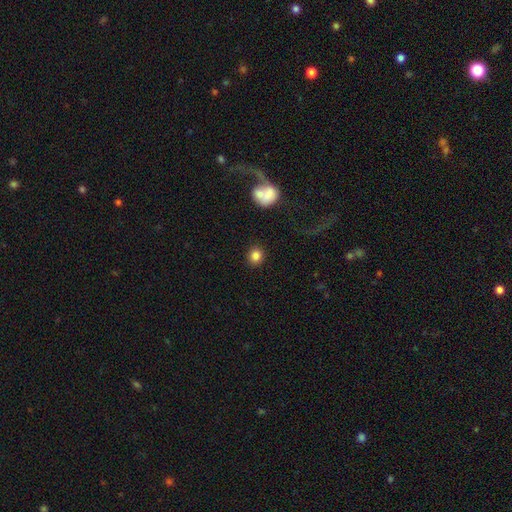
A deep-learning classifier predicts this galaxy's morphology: A smooth galaxy with no disk features (83%) that is round (83%).

Vote fractions:
- Smooth or featured? smooth: 83% / star or artifact: 11% / featured or disk: 6%
- How rounded? round: 83% / in between: 16% / cigar-shaped: 1%
- Merging? none: 89% / minor disturbance: 6% / major disturbance: 2% / merger: 2%